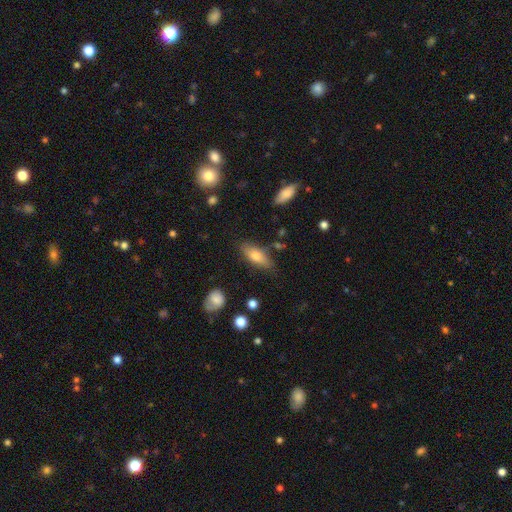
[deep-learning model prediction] This is likely a smooth galaxy (68%). How rounded: likely in between (69%). Merging: likely none (77%).